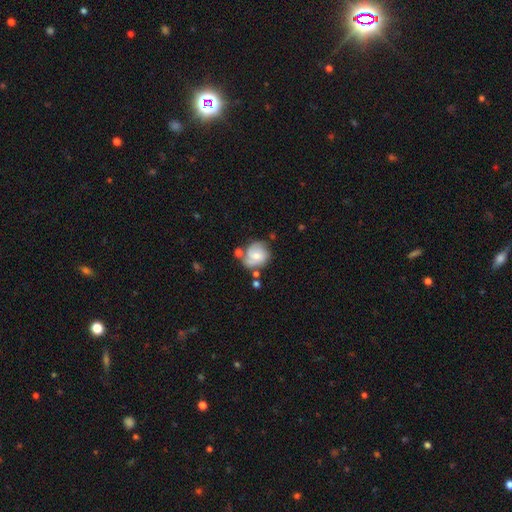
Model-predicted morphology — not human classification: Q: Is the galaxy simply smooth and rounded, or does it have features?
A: featured or disk — 55%.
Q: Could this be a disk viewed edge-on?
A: no — 97%.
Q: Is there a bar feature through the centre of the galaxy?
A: no — 63%.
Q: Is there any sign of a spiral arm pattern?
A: yes — 83%.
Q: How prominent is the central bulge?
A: moderate — 49%.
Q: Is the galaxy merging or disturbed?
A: none — 54%.